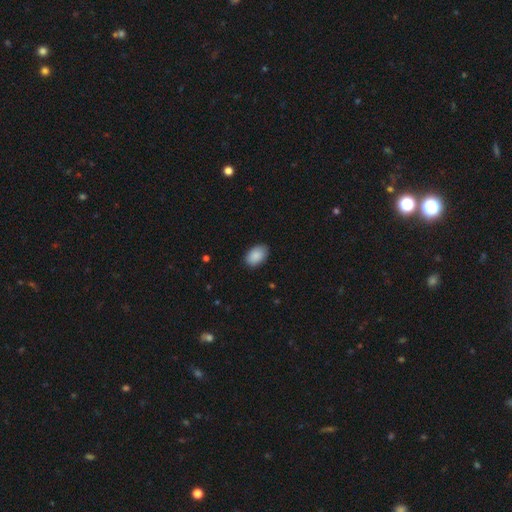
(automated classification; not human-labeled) smooth 90%, star or artifact 6%, featured or disk 4%. Down the decision tree: how rounded — in between (89%); merging — none (86%).